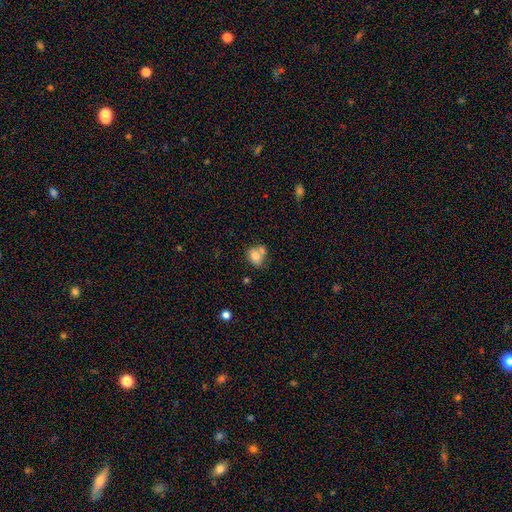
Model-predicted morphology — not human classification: Smooth or featured? Predicted: smooth (p=0.75). How rounded? Predicted: round (p=0.57). Merging? Predicted: none (p=0.44).